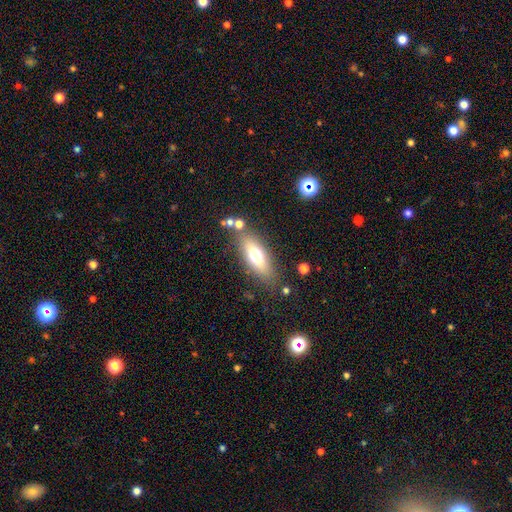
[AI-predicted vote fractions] Overall: smooth (62%; featured or disk 28%). How rounded: in between (65%; cigar-shaped 32%). Merging: none (77%).